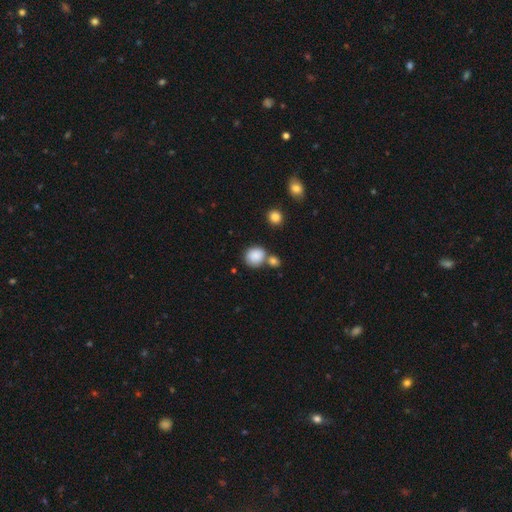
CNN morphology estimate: This appears to be a smooth galaxy with no disk features (86%) that is round (75%). Merging: none (56%).